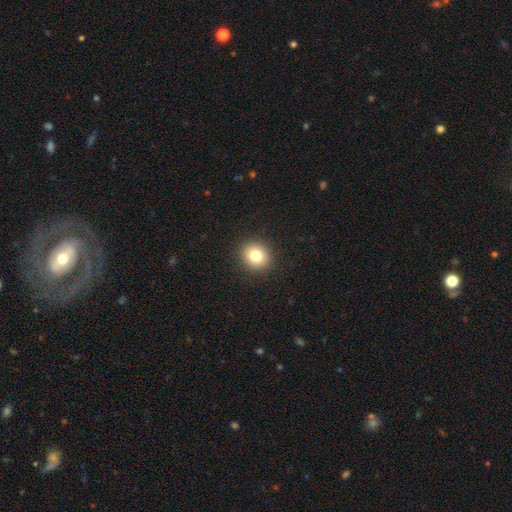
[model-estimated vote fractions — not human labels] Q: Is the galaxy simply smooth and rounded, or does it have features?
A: smooth — 80%.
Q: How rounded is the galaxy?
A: round — 81%.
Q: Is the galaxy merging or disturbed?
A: none — 92%.